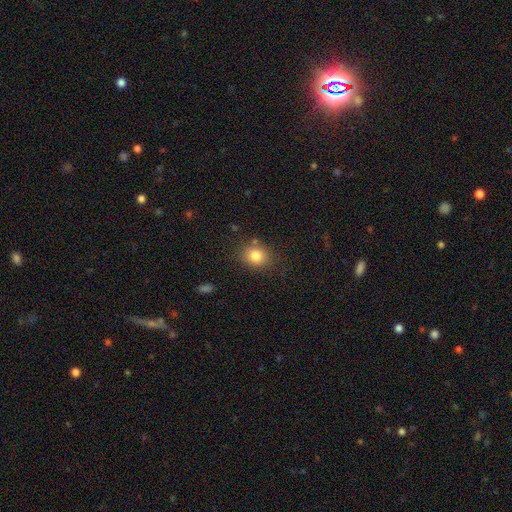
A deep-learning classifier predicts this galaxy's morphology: This is clearly a smooth galaxy (82%). How rounded: likely round (61%). Merging: clearly none (81%).